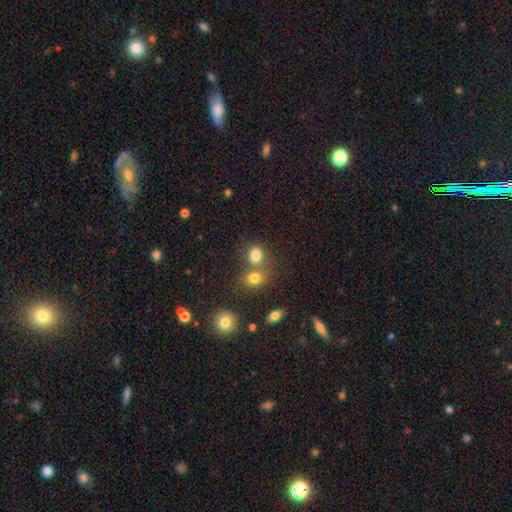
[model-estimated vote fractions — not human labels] The model was most divided on "how rounded": round: 51%, in between: 48%, cigar-shaped: 1%. Remaining: smooth or featured — smooth (80%); merging — none (50%).